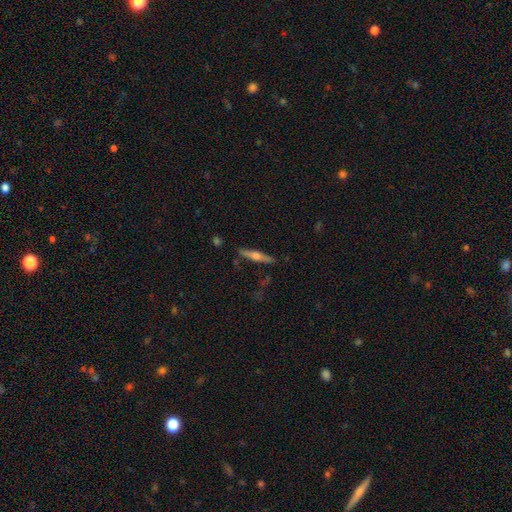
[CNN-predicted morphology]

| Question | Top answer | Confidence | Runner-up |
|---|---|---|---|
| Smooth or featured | featured or disk | 72% | smooth (22%) |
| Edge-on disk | yes | 97% | no (3%) |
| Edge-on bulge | rounded | 87% | boxy (7%) |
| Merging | none | 86% | minor disturbance (9%) |